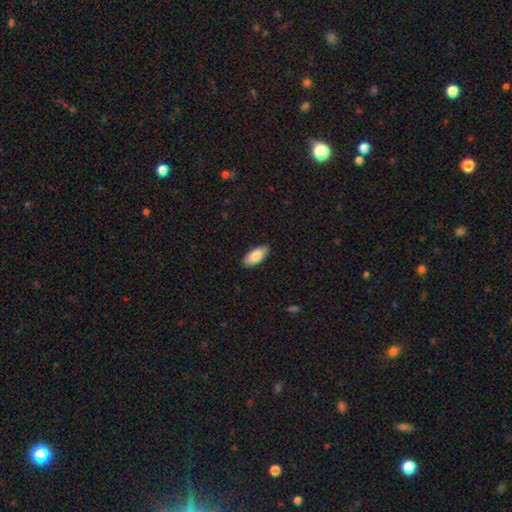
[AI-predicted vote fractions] This is clearly a smooth galaxy (84%). How rounded: clearly in between (90%). Merging: clearly none (88%).